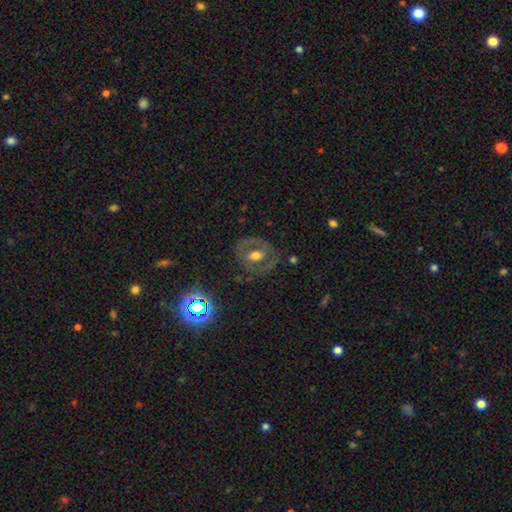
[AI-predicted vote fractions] Smooth or featured?
  - featured or disk: 59% *
  - smooth: 31%
  - star or artifact: 11%
Edge-on disk?
  - no: 94% *
  - yes: 6%
Bar?
  - no: 53% *
  - weak: 29%
  - strong: 18%
Spiral arms?
  - no: 67% *
  - yes: 33%
Bulge size?
  - moderate: 64% *
  - large: 20%
  - small: 12%
  - none: 2%
  - dominant: 2%
Merging?
  - none: 72% *
  - minor disturbance: 16%
  - major disturbance: 10%
  - merger: 2%